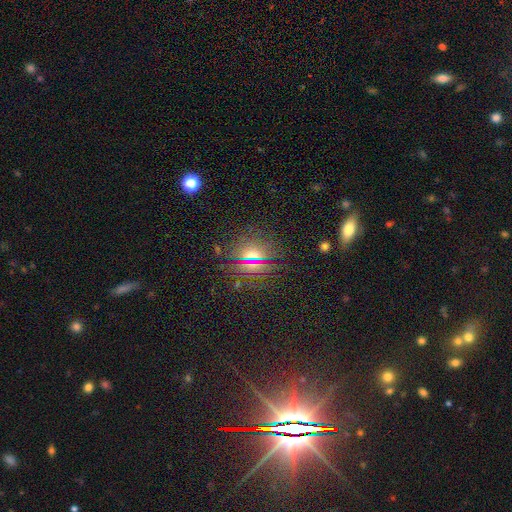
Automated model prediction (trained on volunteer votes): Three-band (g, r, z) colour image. It shows a star or artifact, not a galaxy (57%).